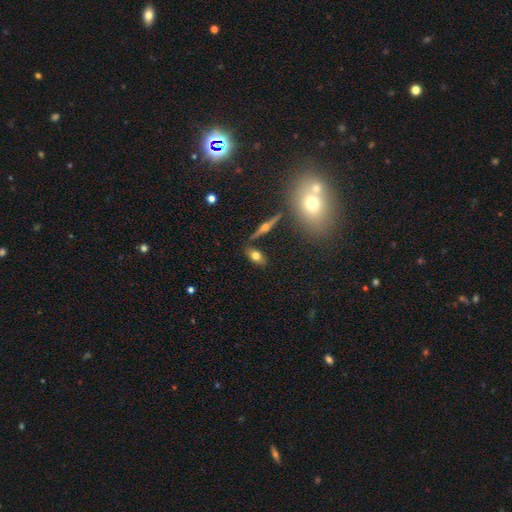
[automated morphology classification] type=smooth (61%); roundness=in between (79%); merging=none (79%).